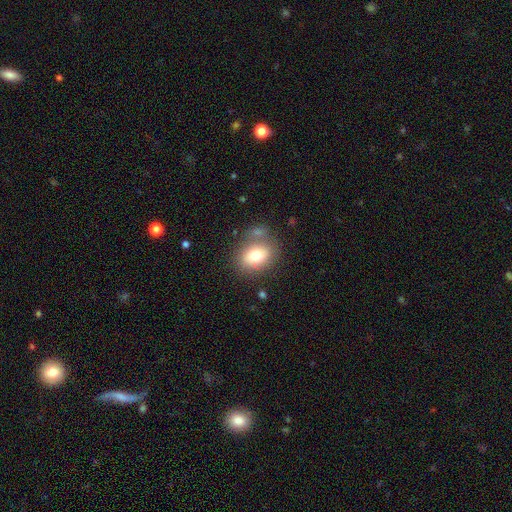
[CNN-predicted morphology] Smooth or featured: smooth — 76% (featured or disk — 15%)
How rounded: in between — 61% (round — 38%)
Merging: none — 66% (minor disturbance — 17%)